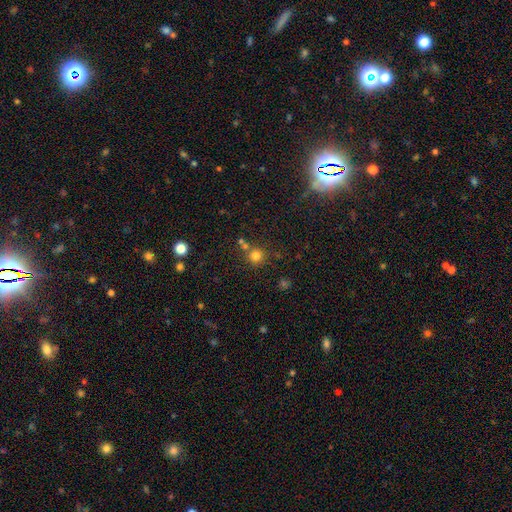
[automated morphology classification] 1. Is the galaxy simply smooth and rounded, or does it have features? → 77% smooth, 16% star or artifact, 6% featured or disk.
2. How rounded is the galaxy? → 93% round, 6% in between, 1% cigar-shaped.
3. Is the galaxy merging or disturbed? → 72% none, 15% merger, 9% minor disturbance, 3% major disturbance.